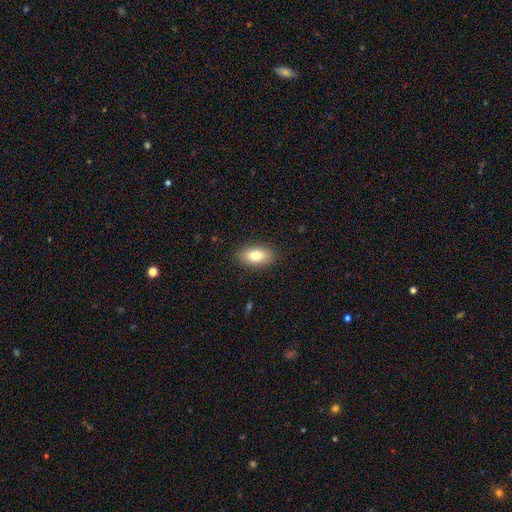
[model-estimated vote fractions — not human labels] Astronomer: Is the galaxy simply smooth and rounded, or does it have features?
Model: smooth — 80%.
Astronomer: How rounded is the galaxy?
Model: in between — 91%.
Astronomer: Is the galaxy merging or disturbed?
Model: none — 88%.